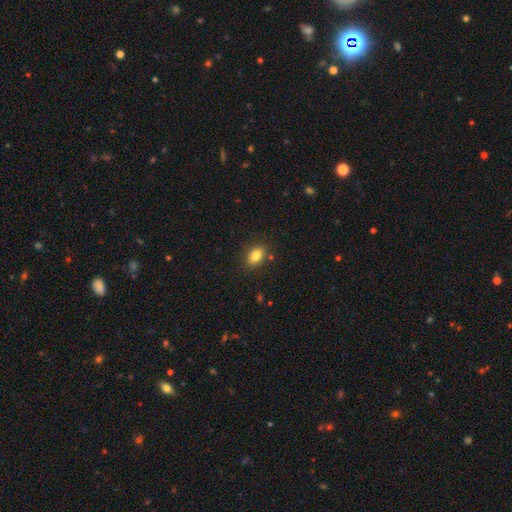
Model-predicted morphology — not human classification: type=smooth (83%); roundness=in between (80%); merging=none (85%).